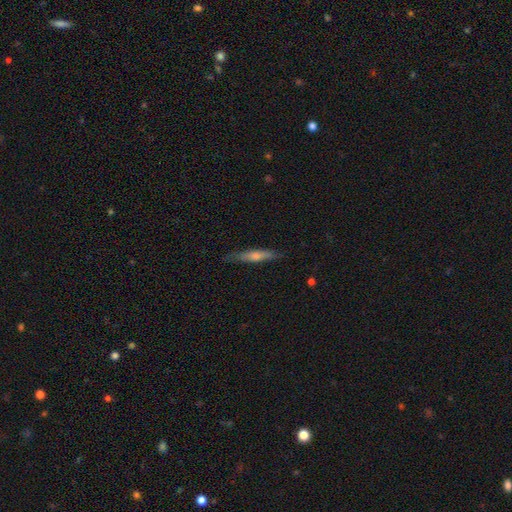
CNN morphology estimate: This appears to be a smooth galaxy with no disk features (47%, tied with featured or disk). Merging: none (83%).